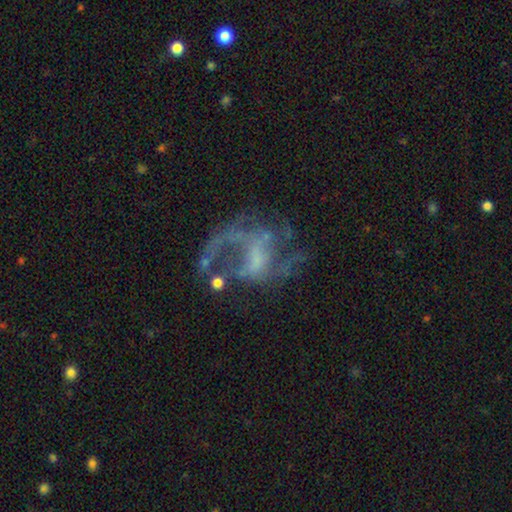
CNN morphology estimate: This appears to be a featured or disk galaxy (75%) with no bar (48%), 2 (35%) loose (59%) spiral arms (69%) and no central bulge (51%). Merging: major disturbance (41%).